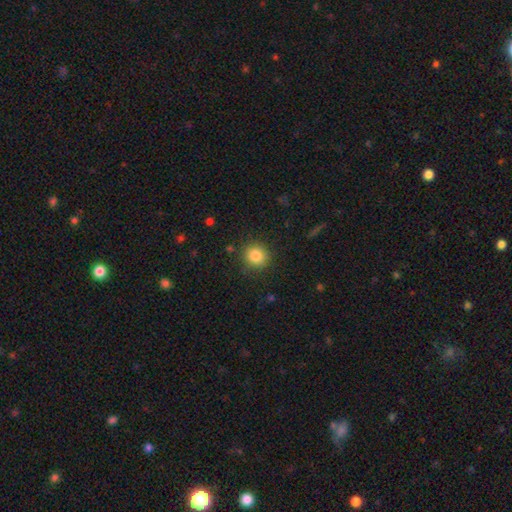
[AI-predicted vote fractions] smooth-or-featured: smooth: 83% | star or artifact: 11% | featured or disk: 6%
  how-rounded: round: 89% | in between: 10% | cigar-shaped: 1%
  merging: none: 87% | minor disturbance: 9% | major disturbance: 3% | merger: 1%